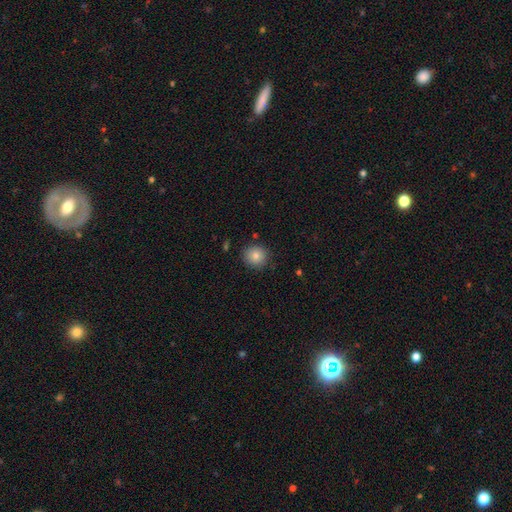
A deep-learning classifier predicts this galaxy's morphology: Smooth or featured? Predicted: smooth (p=0.81). How rounded? Predicted: round (p=0.90). Merging? Predicted: none (p=0.87).